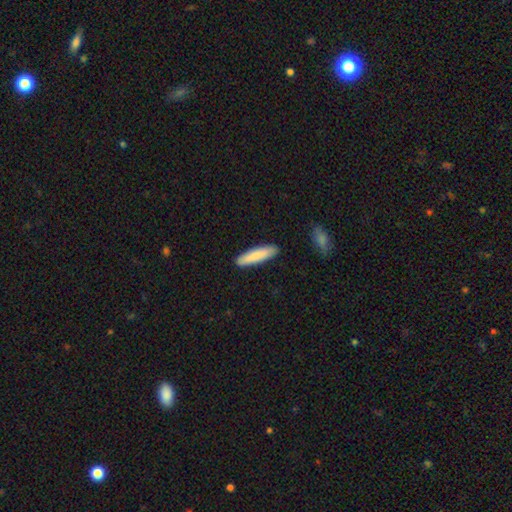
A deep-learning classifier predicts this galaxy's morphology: smooth_or_featured: smooth (p=0.81) [alt: featured or disk p=0.14]
how_rounded: cigar-shaped (p=0.76) [alt: in between p=0.22]
merging: none (p=0.90) [alt: minor disturbance p=0.07]